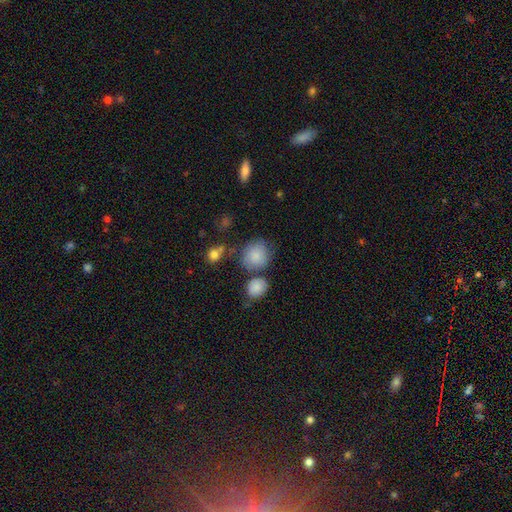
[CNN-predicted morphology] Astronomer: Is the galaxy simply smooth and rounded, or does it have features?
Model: smooth — 83%.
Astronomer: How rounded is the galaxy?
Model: round — 77%.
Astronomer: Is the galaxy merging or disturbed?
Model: none — 60%.